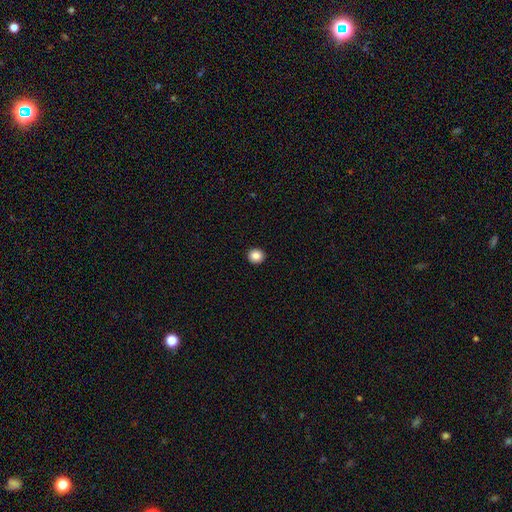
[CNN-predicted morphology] This appears to be a smooth galaxy with no disk features (86%) that is round (89%). Merging: none (93%).